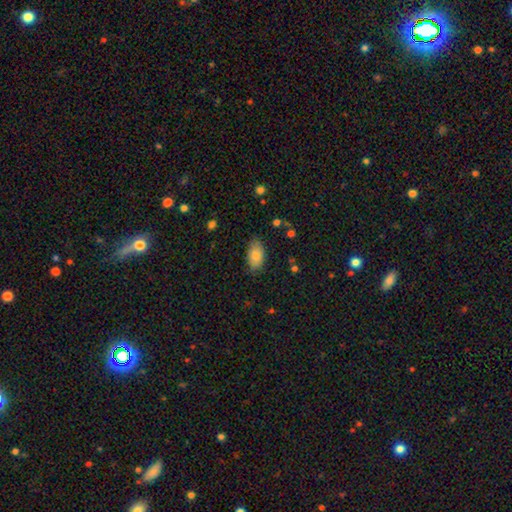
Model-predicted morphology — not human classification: This is clearly a smooth galaxy (83%). How rounded: clearly in between (93%). Merging: clearly none (80%).